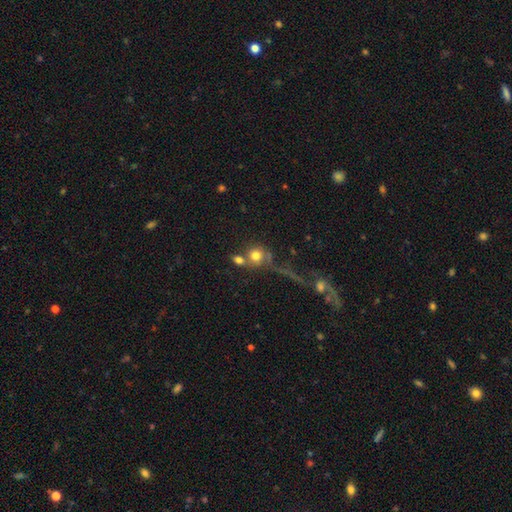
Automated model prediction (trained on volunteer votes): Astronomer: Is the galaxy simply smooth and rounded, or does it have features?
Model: smooth — 74%.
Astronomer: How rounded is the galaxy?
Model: round — 85%.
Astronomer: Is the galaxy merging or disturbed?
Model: none — 45% (runner-up: merger, 38%).